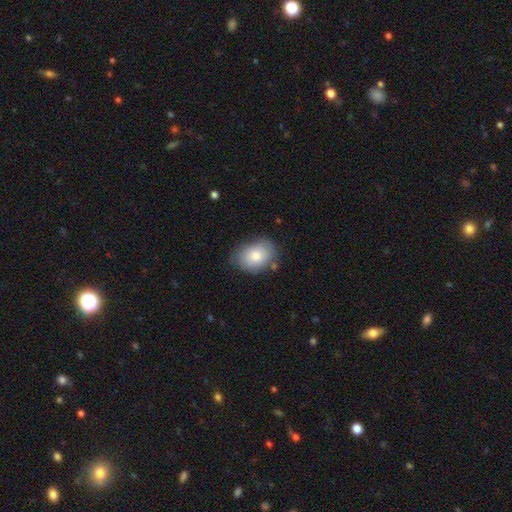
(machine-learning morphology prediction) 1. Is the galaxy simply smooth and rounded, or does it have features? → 80% smooth, 14% featured or disk, 7% star or artifact.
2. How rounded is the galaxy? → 74% in between, 25% round, 1% cigar-shaped.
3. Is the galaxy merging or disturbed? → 71% none, 22% minor disturbance, 5% major disturbance, 3% merger.